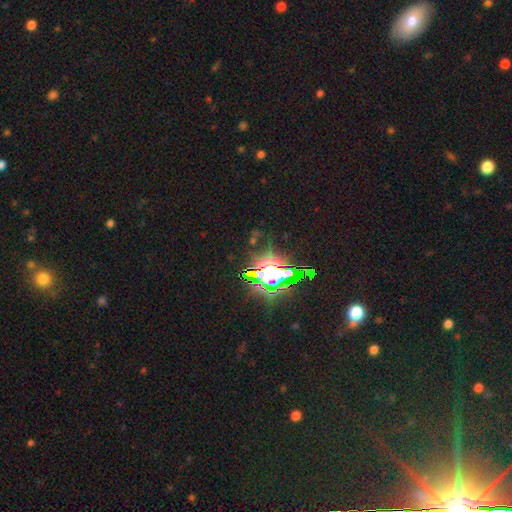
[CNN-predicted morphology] The model was most divided on "smooth or featured": star or artifact: 84%, smooth: 9%, featured or disk: 7%.